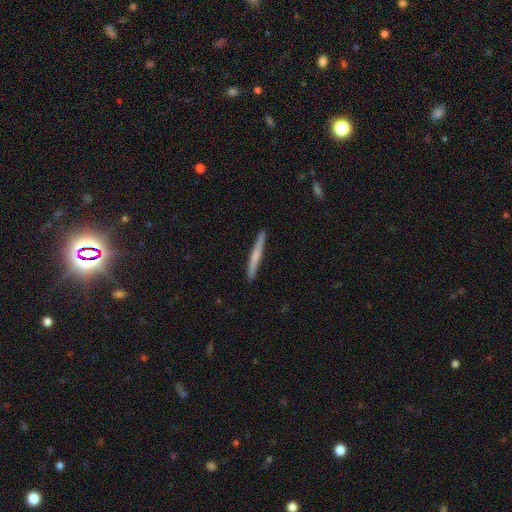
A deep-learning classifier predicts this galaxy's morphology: A smooth galaxy with no disk features (52%) that is cigar-shaped (96%). Merging: none (91%).